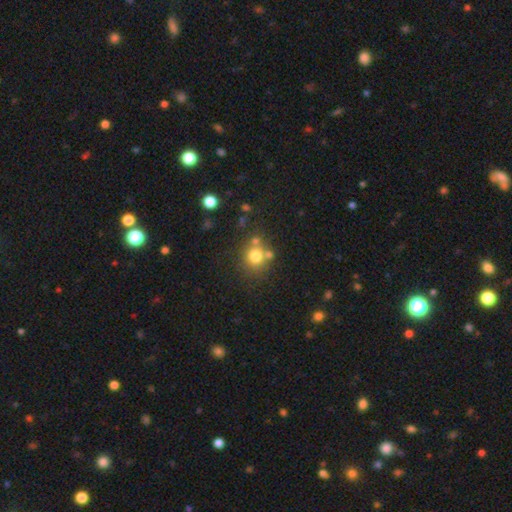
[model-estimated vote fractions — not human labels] Smooth or featured? Predicted: smooth (p=0.75). How rounded? Predicted: round (p=0.84). Merging? Predicted: none (p=0.65).